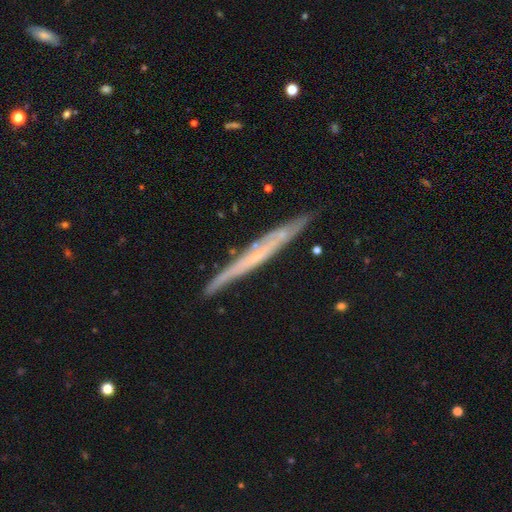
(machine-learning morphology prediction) Smooth or featured?
  - featured or disk: 67% *
  - smooth: 27%
  - star or artifact: 7%
Edge-on disk?
  - yes: 92% *
  - no: 8%
Edge-on bulge?
  - none: 77% *
  - rounded: 18%
  - boxy: 5%
Merging?
  - none: 85% *
  - minor disturbance: 12%
  - major disturbance: 2%
  - merger: 2%